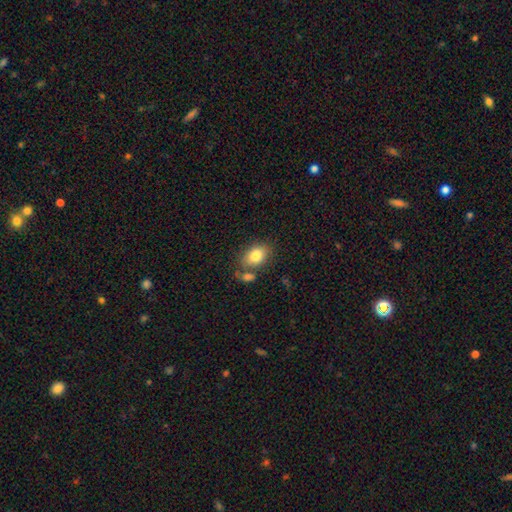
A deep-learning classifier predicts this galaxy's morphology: smooth_or_featured: smooth (p=0.81) [alt: featured or disk p=0.11]
how_rounded: in between (p=0.81) [alt: round p=0.18]
merging: none (p=0.61) [alt: merger p=0.19]